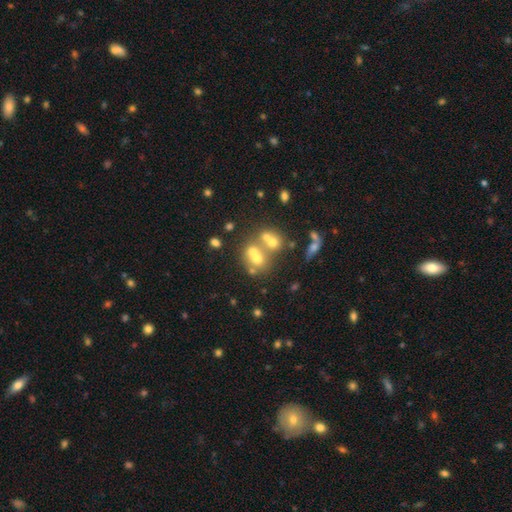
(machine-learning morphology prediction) type=smooth (45%); merging=merger (53%).